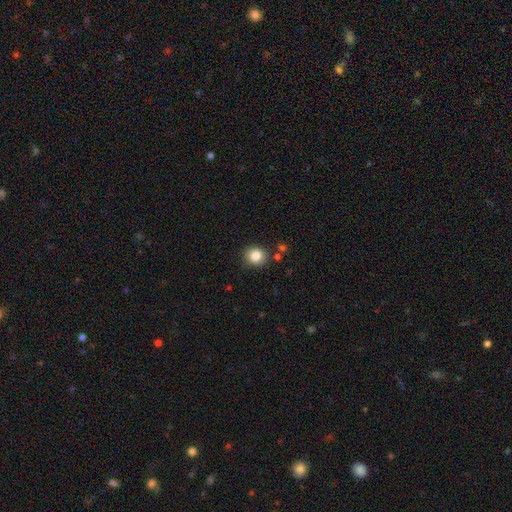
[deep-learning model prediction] Smooth or featured: smooth — 84% (star or artifact — 10%)
How rounded: round — 85% (in between — 14%)
Merging: none — 84% (minor disturbance — 10%)